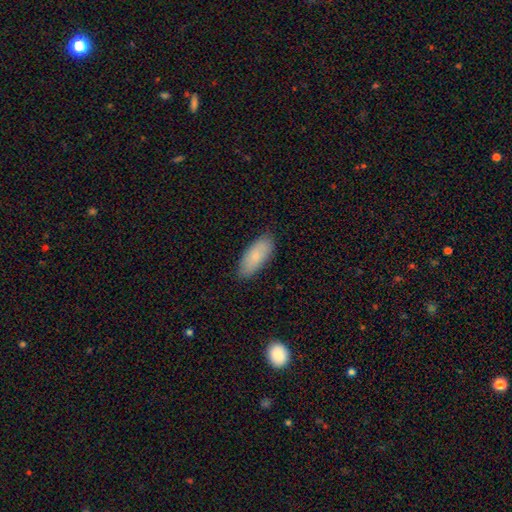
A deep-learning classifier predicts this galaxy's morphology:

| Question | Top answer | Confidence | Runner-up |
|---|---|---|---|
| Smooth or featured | smooth | 83% | featured or disk (11%) |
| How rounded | in between | 82% | cigar-shaped (17%) |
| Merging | none | 85% | minor disturbance (12%) |